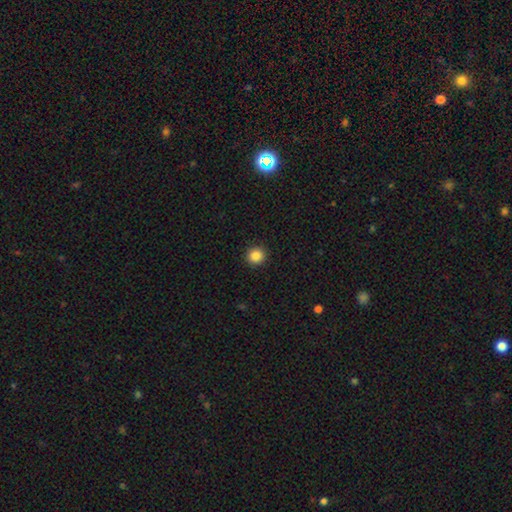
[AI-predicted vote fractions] smooth_or_featured: smooth (p=0.86) [alt: star or artifact p=0.11]
how_rounded: round (p=0.93) [alt: in between p=0.06]
merging: none (p=0.93) [alt: minor disturbance p=0.05]